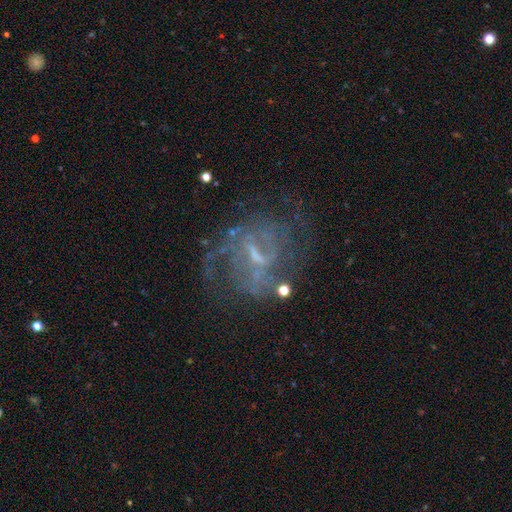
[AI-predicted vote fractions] Smooth or featured? Predicted: featured or disk (p=0.76). Edge-on disk? Predicted: no (p=0.96). Bar? Predicted: weak (p=0.53). Spiral arms? Predicted: yes (p=0.79). Spiral winding? Predicted: medium (p=0.44). Spiral arm count? Predicted: can't tell (p=0.40). Bulge size? Predicted: small (p=0.55). Merging? Predicted: none (p=0.60).